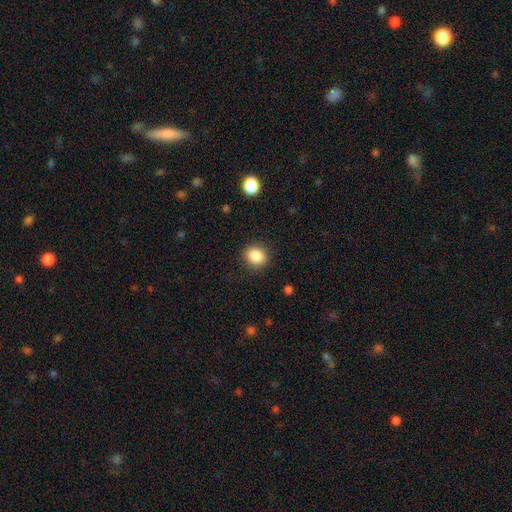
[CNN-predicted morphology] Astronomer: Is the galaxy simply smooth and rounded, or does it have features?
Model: smooth — 87%.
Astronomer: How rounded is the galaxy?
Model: round — 69%.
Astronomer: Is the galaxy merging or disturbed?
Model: none — 88%.